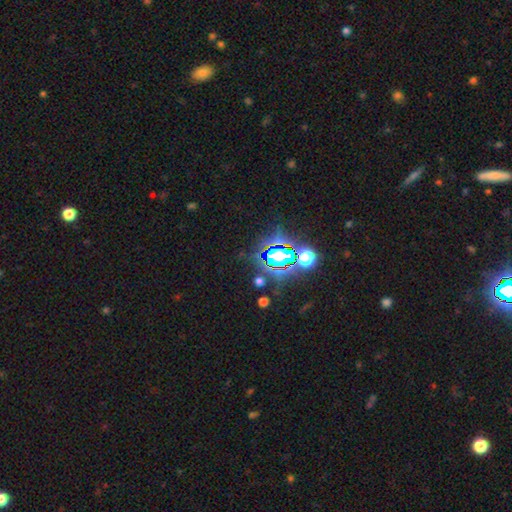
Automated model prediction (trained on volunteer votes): This appears to be a star or artifact, not a galaxy (80%).